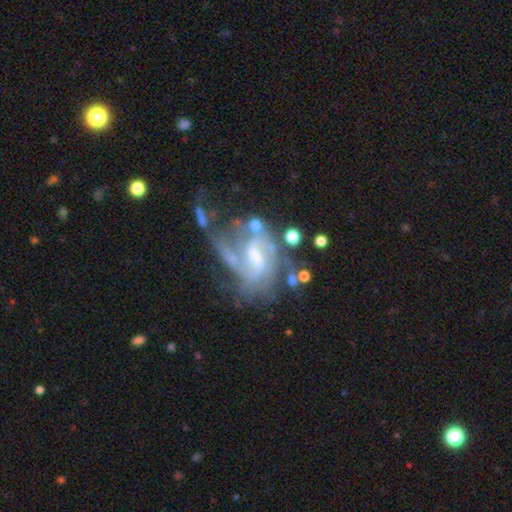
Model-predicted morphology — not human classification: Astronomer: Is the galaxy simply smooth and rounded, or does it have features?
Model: featured or disk — 86%.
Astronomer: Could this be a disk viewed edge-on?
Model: no — 97%.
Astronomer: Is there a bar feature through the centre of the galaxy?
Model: weak — 54%.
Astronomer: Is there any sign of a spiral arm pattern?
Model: yes — 92%.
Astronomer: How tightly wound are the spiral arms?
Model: medium — 47% (runner-up: loose, 30%).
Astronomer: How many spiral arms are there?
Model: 2 — 49%.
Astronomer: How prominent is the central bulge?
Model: small — 49% (runner-up: moderate, 36%).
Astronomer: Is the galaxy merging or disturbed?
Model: none — 38% (runner-up: major disturbance, 29%).